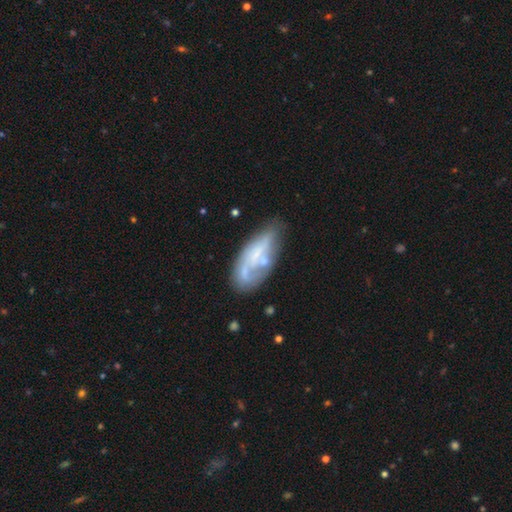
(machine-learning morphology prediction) smooth-or-featured: featured or disk: 53% | smooth: 39% | star or artifact: 8%
  disk-edge-on: no: 87% | yes: 13%
  merging: none: 49% | minor disturbance: 26% | major disturbance: 16% | merger: 9%